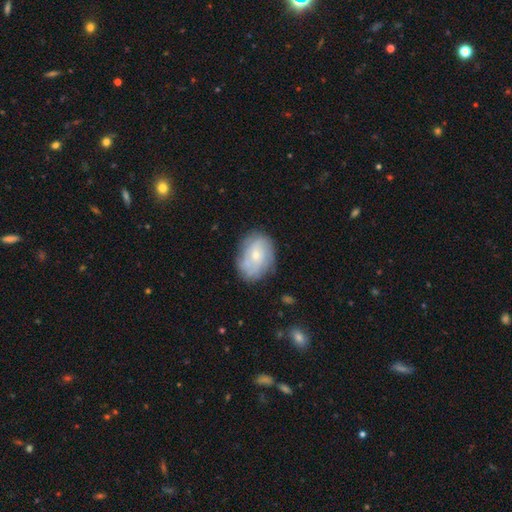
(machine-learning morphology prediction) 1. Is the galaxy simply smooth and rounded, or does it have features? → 54% featured or disk, 38% smooth, 8% star or artifact.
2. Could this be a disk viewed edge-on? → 96% no, 4% yes.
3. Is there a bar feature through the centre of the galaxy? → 78% no, 19% weak, 3% strong.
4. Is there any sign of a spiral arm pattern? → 76% yes, 24% no.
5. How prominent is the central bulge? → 65% small, 31% moderate, 2% none, 2% large, 1% dominant.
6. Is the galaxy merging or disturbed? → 74% none, 18% minor disturbance, 6% major disturbance, 2% merger.